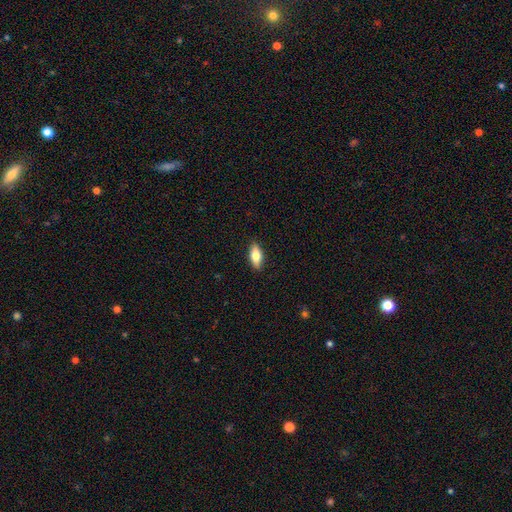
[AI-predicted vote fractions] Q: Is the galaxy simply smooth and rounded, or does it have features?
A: smooth — 74%.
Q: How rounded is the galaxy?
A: in between — 80%.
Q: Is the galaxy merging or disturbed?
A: none — 89%.